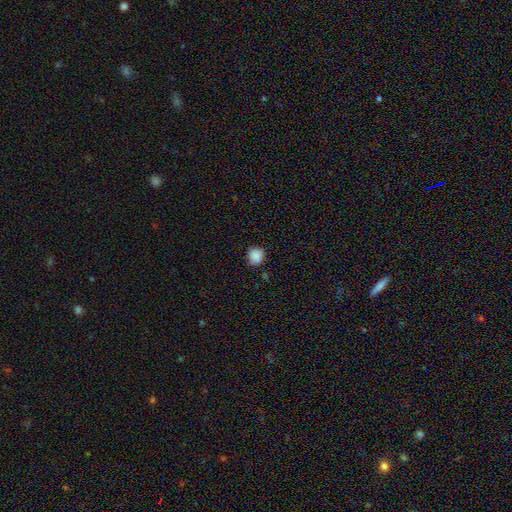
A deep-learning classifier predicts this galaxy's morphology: Q: Smooth or featured?
A: smooth (87%); runner-up: star or artifact (10%)
Q: How rounded?
A: round (83%); runner-up: in between (16%)
Q: Merging?
A: none (79%); runner-up: minor disturbance (16%)